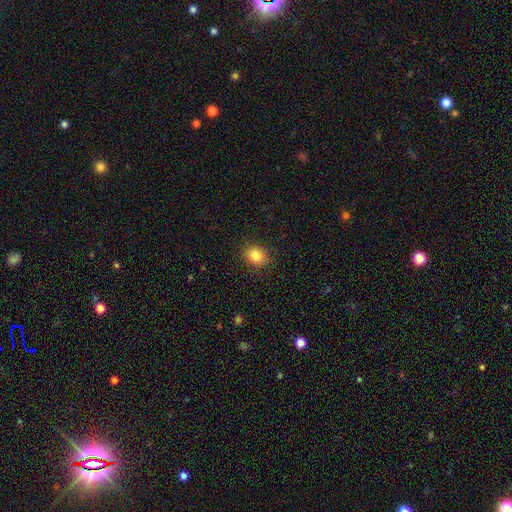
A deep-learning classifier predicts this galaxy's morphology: Smooth or featured? smooth (84%)
How rounded? in between (50%)
Merging? none (88%)